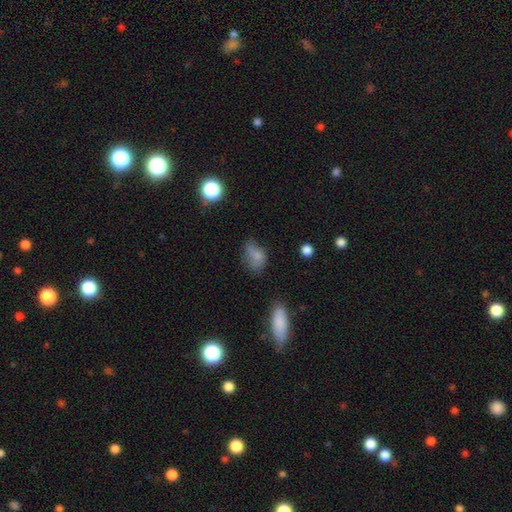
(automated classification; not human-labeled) Q: Smooth or featured?
A: smooth (71%); runner-up: featured or disk (16%)
Q: How rounded?
A: in between (84%); runner-up: round (14%)
Q: Merging?
A: none (39%); runner-up: minor disturbance (33%)